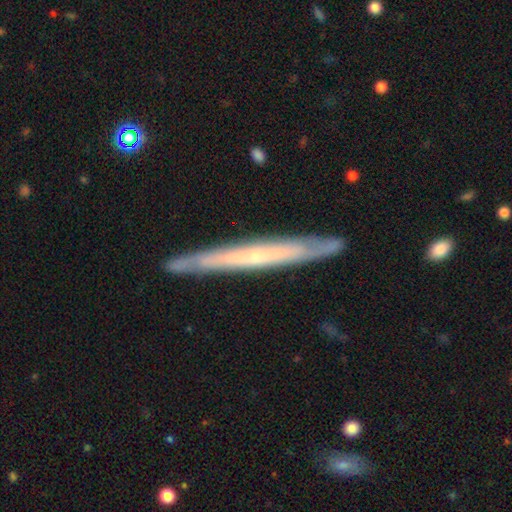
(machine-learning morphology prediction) featured or disk 68%, smooth 27%, star or artifact 5%. Down the decision tree: edge-on disk — yes (91%); edge-on bulge — none (64%); merging — none (87%).